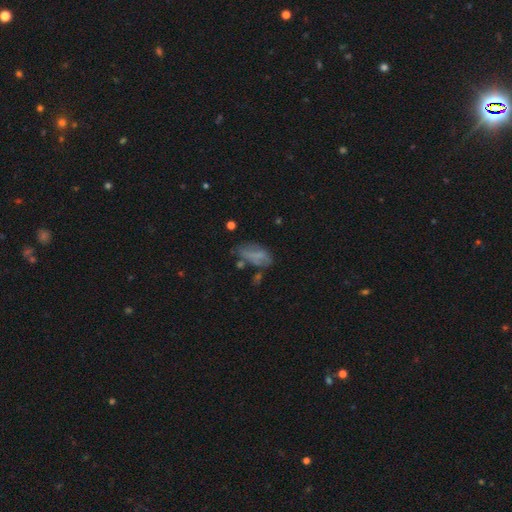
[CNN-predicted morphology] Smooth or featured? smooth (61%)
How rounded? in between (85%)
Merging? none (42%)